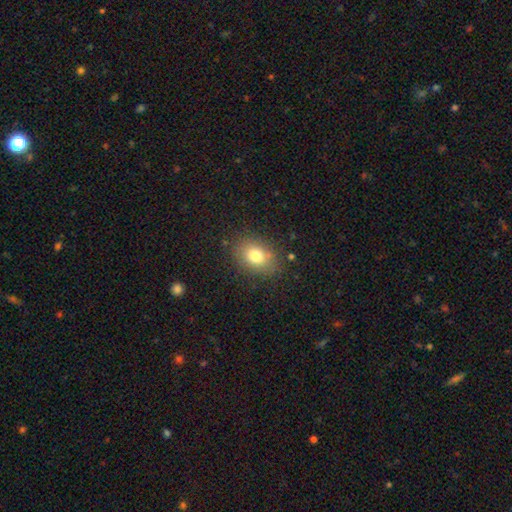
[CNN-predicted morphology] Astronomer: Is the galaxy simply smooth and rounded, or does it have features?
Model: smooth — 78%.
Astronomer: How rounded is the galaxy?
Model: in between — 67%.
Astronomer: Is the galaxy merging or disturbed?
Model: none — 82%.